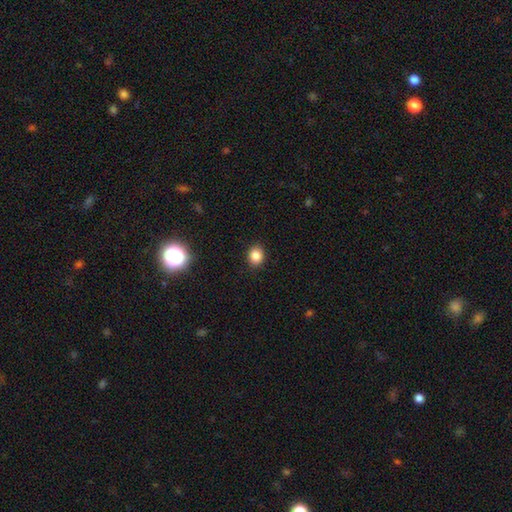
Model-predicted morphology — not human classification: type=smooth (84%); roundness=round (63%); merging=none (90%).